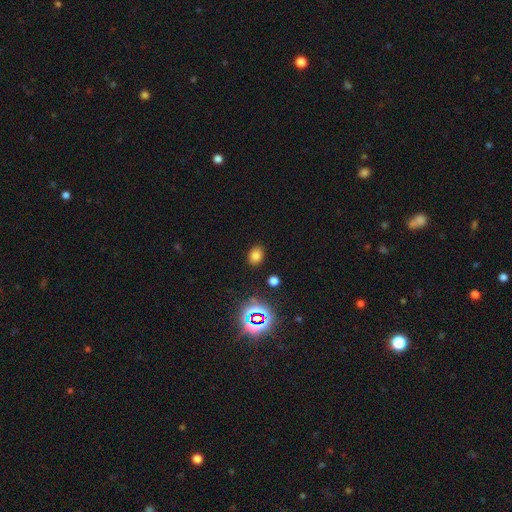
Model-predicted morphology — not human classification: smooth_or_featured: smooth (p=0.72) [alt: star or artifact p=0.21]
how_rounded: in between (p=0.62) [alt: round p=0.37]
merging: none (p=0.87) [alt: minor disturbance p=0.09]